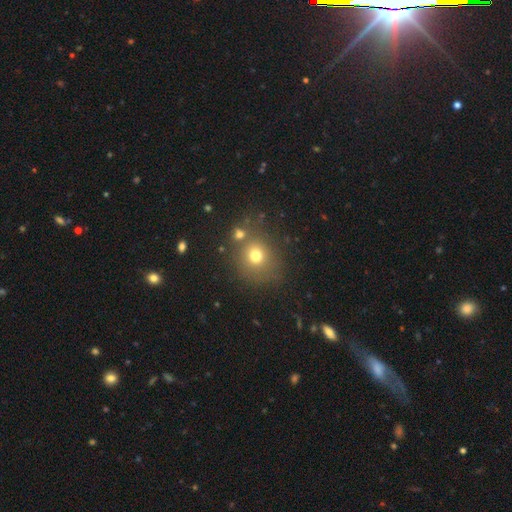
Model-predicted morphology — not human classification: smooth_or_featured: smooth (p=0.73) [alt: star or artifact p=0.16]
how_rounded: round (p=0.79) [alt: in between p=0.20]
merging: none (p=0.70) [alt: merger p=0.13]